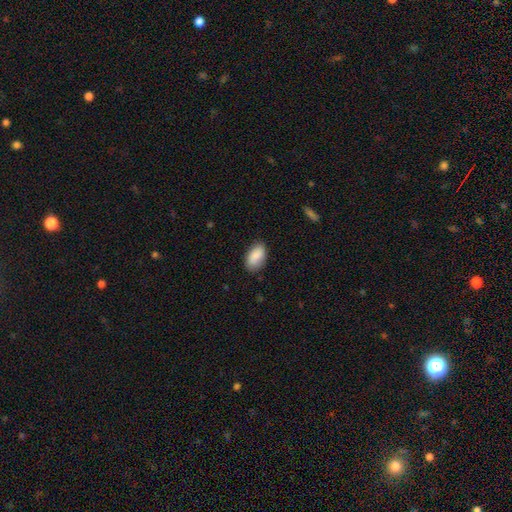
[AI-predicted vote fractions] A smooth galaxy with no disk features (88%) that is in between round and cigar-shaped (93%).

Vote fractions:
- Smooth or featured? smooth: 88% / star or artifact: 6% / featured or disk: 5%
- How rounded? in between: 93% / round: 5% / cigar-shaped: 2%
- Merging? none: 79% / minor disturbance: 17% / major disturbance: 3% / merger: 1%